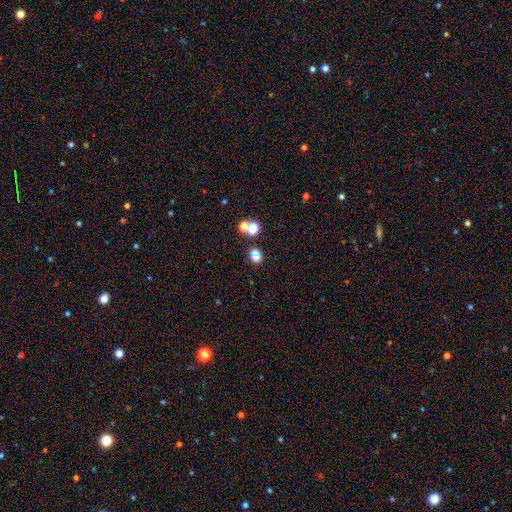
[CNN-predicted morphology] Q: Smooth or featured?
A: smooth (72%); runner-up: star or artifact (20%)
Q: How rounded?
A: round (67%); runner-up: in between (32%)
Q: Merging?
A: none (69%); runner-up: merger (19%)